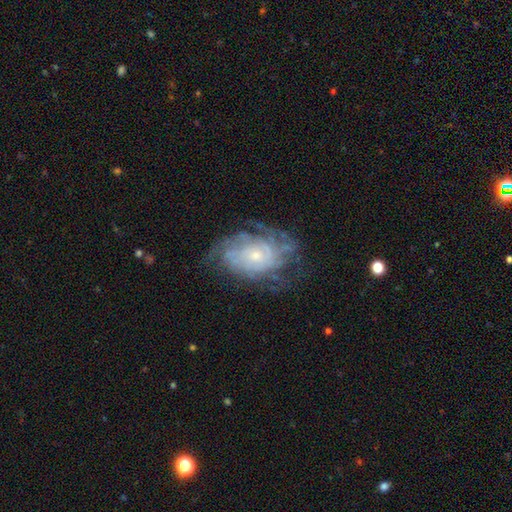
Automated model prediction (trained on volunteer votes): smooth_or_featured: featured or disk (p=0.79) [alt: smooth p=0.14]
disk_edge_on: no (p=0.96) [alt: yes p=0.04]
bar: no (p=0.80) [alt: weak p=0.17]
has_spiral_arms: yes (p=0.88) [alt: no p=0.12]
spiral_winding: tight (p=0.63) [alt: medium p=0.27]
spiral_arm_count: can't tell (p=0.52) [alt: 4 p=0.12]
bulge_size: small (p=0.65) [alt: moderate p=0.28]
merging: none (p=0.64) [alt: minor disturbance p=0.21]